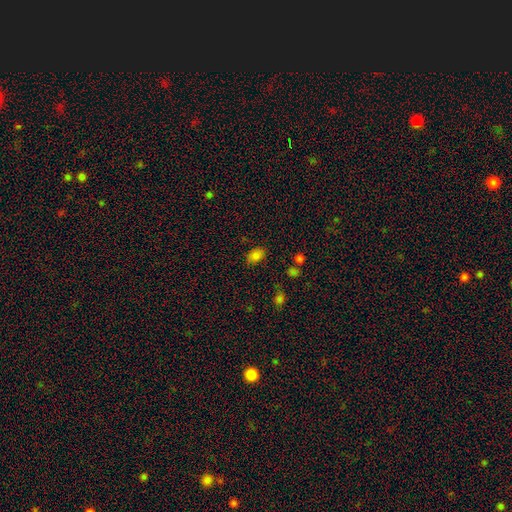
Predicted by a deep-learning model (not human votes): smooth_or_featured: smooth (p=0.81) [alt: star or artifact p=0.14]
how_rounded: in between (p=0.81) [alt: round p=0.18]
merging: none (p=0.80) [alt: minor disturbance p=0.14]